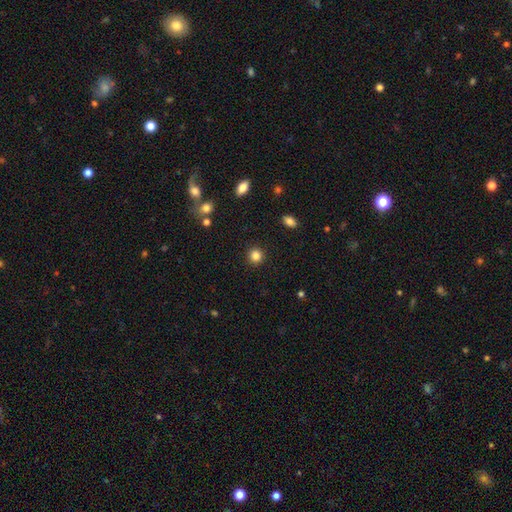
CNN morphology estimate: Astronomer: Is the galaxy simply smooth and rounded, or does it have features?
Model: smooth — 84%.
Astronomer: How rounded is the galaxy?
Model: round — 92%.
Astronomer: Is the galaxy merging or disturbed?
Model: none — 92%.